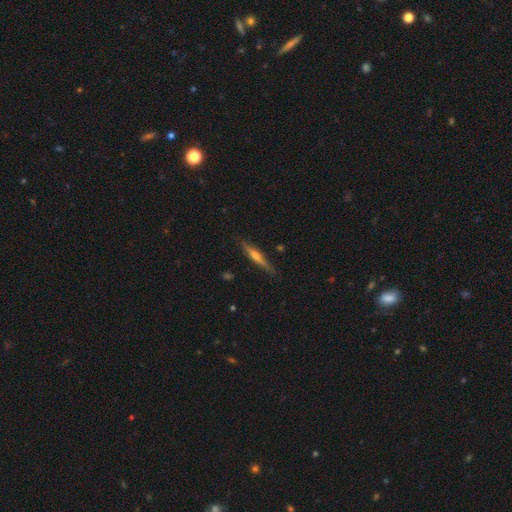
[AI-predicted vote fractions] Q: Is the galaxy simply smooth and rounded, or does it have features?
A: featured or disk — 65%.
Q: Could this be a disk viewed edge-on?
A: yes — 97%.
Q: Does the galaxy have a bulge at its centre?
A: rounded — 80%.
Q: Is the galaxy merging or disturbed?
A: none — 86%.